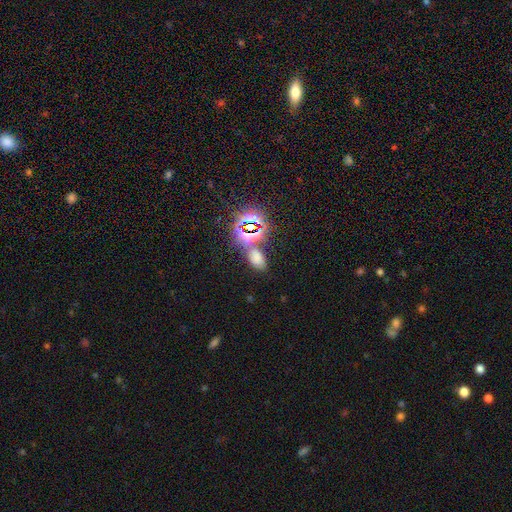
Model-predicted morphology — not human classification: This is possibly a star or artifact rather than a galaxy (51%).